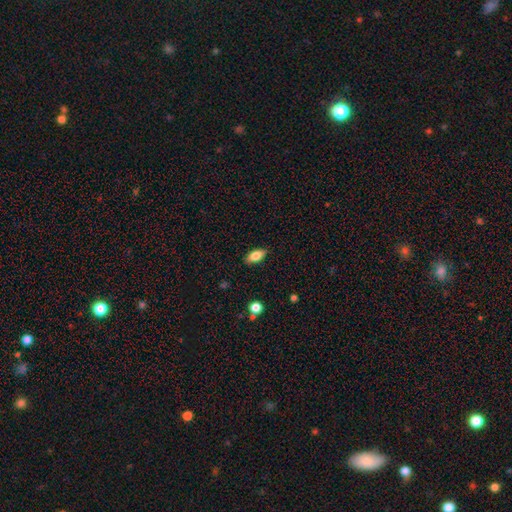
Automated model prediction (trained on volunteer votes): smooth_or_featured: smooth (p=0.79) [alt: featured or disk p=0.13]
how_rounded: in between (p=0.86) [alt: cigar-shaped p=0.10]
merging: none (p=0.86) [alt: minor disturbance p=0.11]